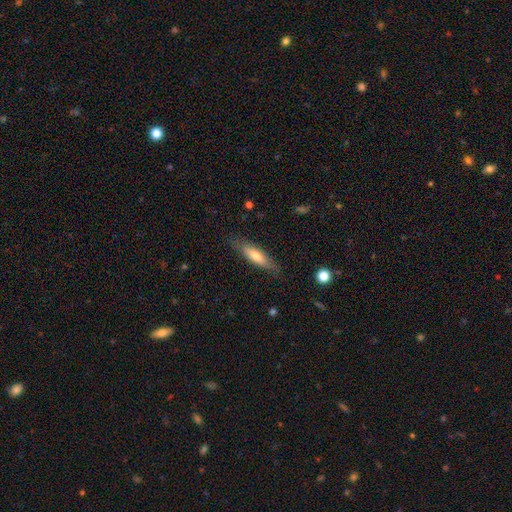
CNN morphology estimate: smooth_or_featured: smooth (p=0.62) [alt: featured or disk p=0.31]
how_rounded: cigar-shaped (p=0.67) [alt: in between p=0.32]
merging: none (p=0.80) [alt: minor disturbance p=0.15]